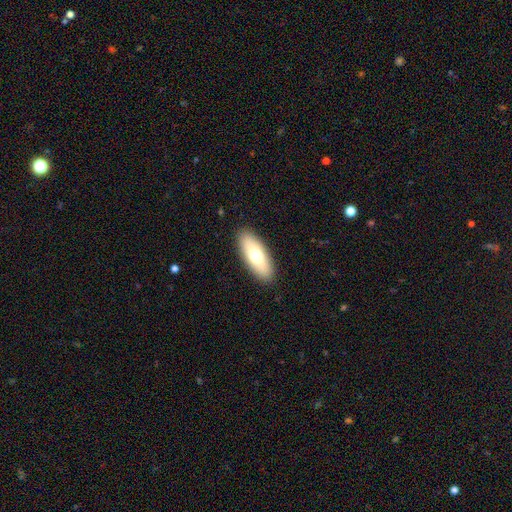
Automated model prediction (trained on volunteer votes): Overall: smooth (68%). How rounded: in between (74%). Merging: none (90%).